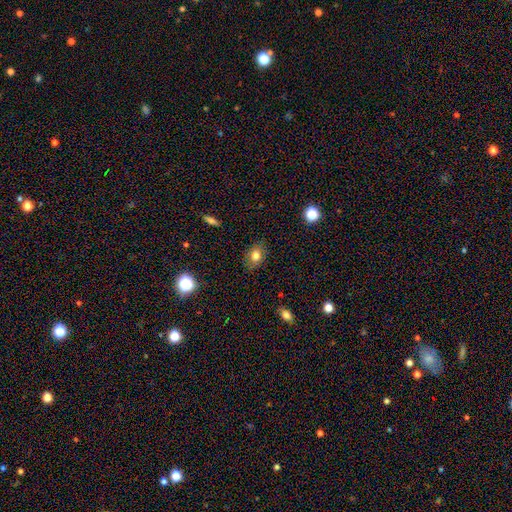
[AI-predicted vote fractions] smooth-or-featured: smooth: 77% | featured or disk: 12% | star or artifact: 11%
  how-rounded: in between: 72% | round: 27% | cigar-shaped: 1%
  merging: none: 83% | minor disturbance: 13% | major disturbance: 3% | merger: 1%